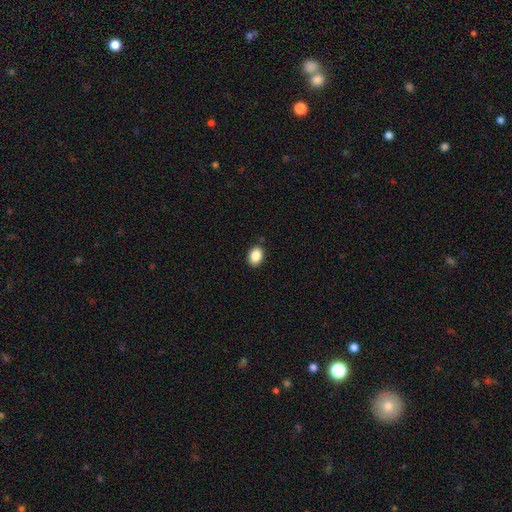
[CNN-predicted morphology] This appears to be a smooth galaxy with no disk features (87%) that is in between round and cigar-shaped (68%). Merging: none (87%).